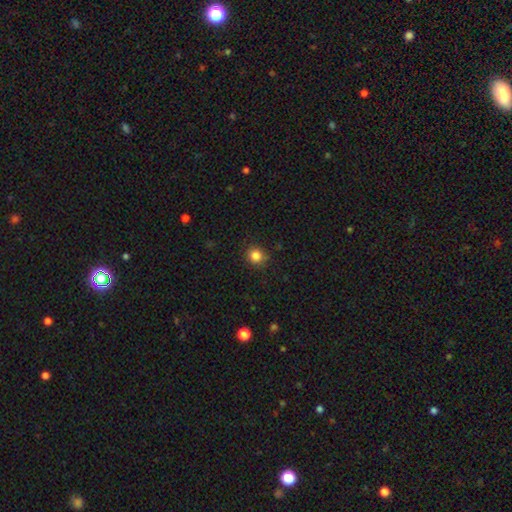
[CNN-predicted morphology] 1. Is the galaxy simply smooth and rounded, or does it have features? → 84% smooth, 12% star or artifact, 5% featured or disk.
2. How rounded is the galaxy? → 89% round, 10% in between, 1% cigar-shaped.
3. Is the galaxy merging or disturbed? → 87% none, 9% minor disturbance, 2% major disturbance, 1% merger.